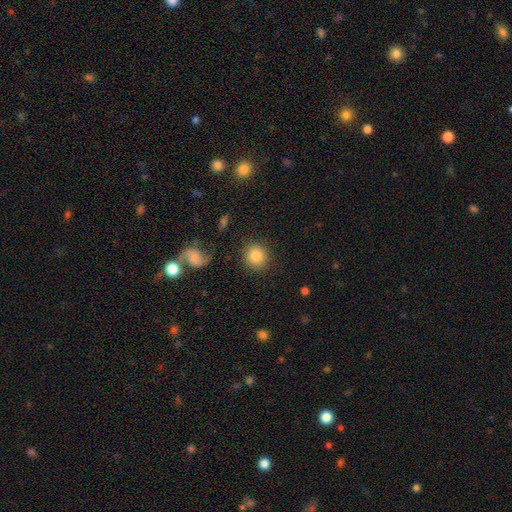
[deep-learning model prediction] A smooth galaxy with no disk features (82%) that is round (88%). Merging: none (86%).